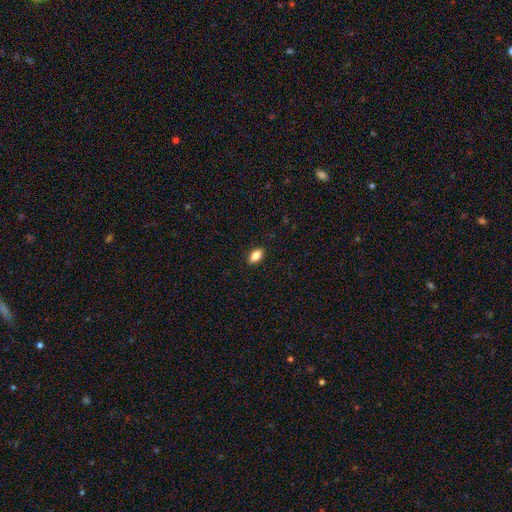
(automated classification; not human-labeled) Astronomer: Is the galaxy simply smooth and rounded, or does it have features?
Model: smooth — 82%.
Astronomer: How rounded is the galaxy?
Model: in between — 89%.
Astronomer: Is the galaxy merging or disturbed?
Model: none — 89%.